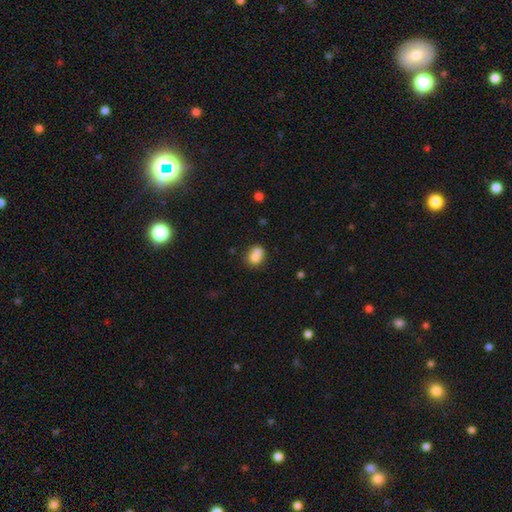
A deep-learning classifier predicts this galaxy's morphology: smooth 76%, featured or disk 14%, star or artifact 10%. Down the decision tree: how rounded — round (52%); merging — none (43%).